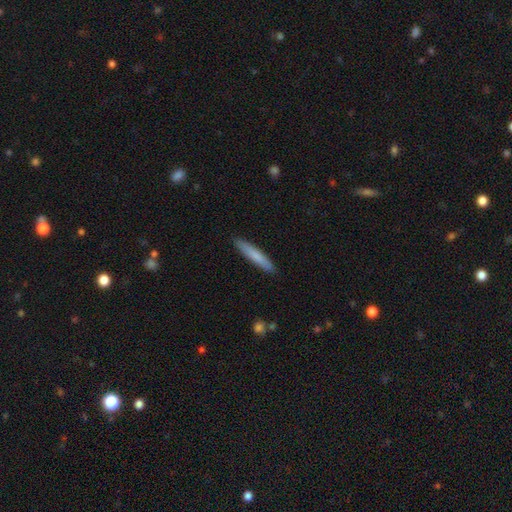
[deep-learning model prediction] Smooth or featured? Predicted: smooth (p=0.76). How rounded? Predicted: cigar-shaped (p=0.92). Merging? Predicted: none (p=0.90).